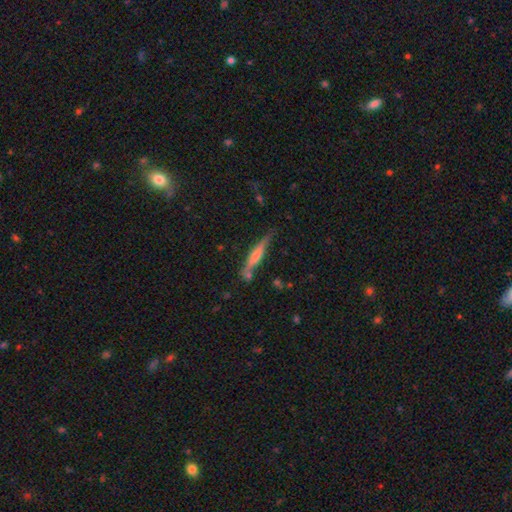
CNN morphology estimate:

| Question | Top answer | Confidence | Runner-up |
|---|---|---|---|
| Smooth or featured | smooth | 52% | featured or disk (42%) |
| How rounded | cigar-shaped | 90% | in between (8%) |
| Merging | none | 68% | minor disturbance (19%) |